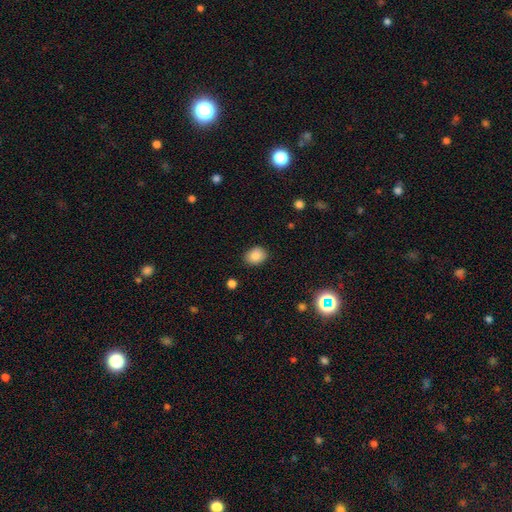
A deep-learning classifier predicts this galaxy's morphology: This is clearly a smooth galaxy (86%). How rounded: possibly in between (53%). Merging: clearly none (87%).